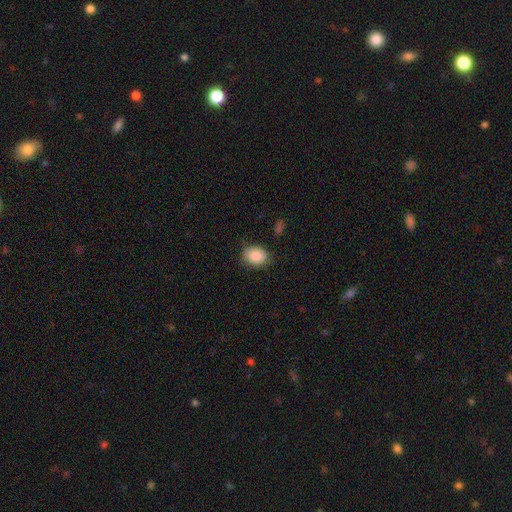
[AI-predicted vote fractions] smooth-or-featured: smooth: 87% | star or artifact: 7% | featured or disk: 5%
  how-rounded: in between: 64% | round: 35% | cigar-shaped: 1%
  merging: none: 79% | minor disturbance: 16% | major disturbance: 3% | merger: 2%